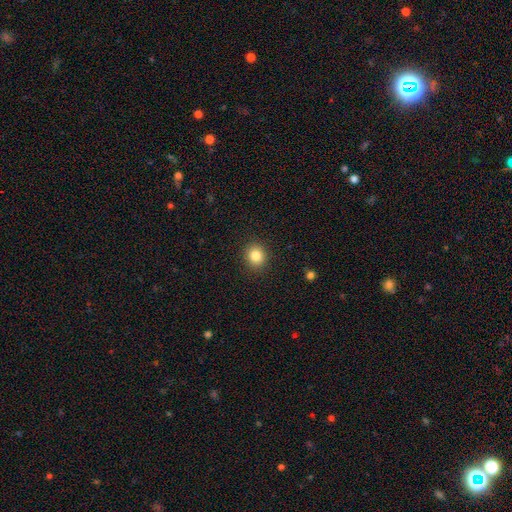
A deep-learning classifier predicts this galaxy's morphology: smooth_or_featured: smooth (p=0.83) [alt: star or artifact p=0.11]
how_rounded: round (p=0.79) [alt: in between p=0.20]
merging: none (p=0.91) [alt: minor disturbance p=0.06]